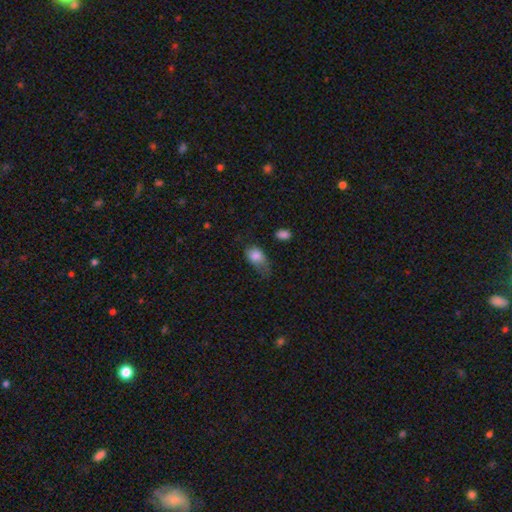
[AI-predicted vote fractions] smooth-or-featured: smooth: 81% | featured or disk: 11% | star or artifact: 8%
  how-rounded: in between: 81% | round: 16% | cigar-shaped: 2%
  merging: minor disturbance: 39% | major disturbance: 36% | none: 22% | merger: 3%